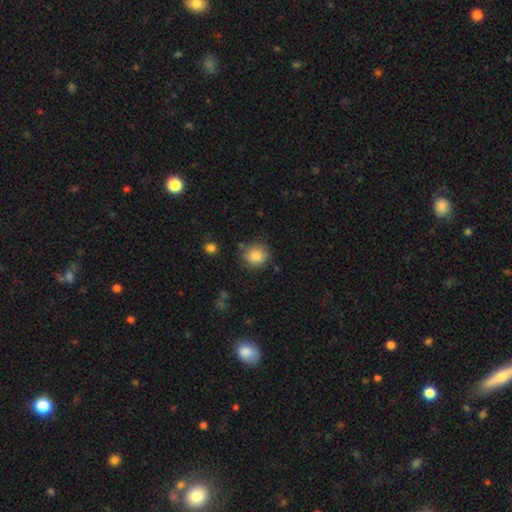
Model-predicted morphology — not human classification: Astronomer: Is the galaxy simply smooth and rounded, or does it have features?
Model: smooth — 83%.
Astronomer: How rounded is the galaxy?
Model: round — 82%.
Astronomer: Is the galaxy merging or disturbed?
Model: none — 83%.